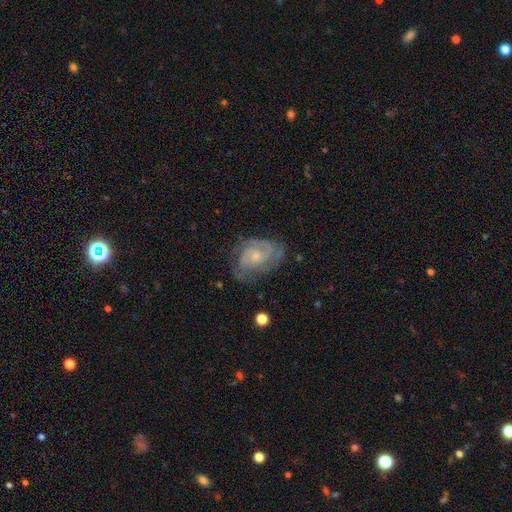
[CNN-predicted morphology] type=featured or disk (83%); edge-on=no (97%); bar=no (71%); spiral arms=yes (95%); winding=tight (55%); arm count=2 (45%); bulge=small (62%); merging=none (68%).